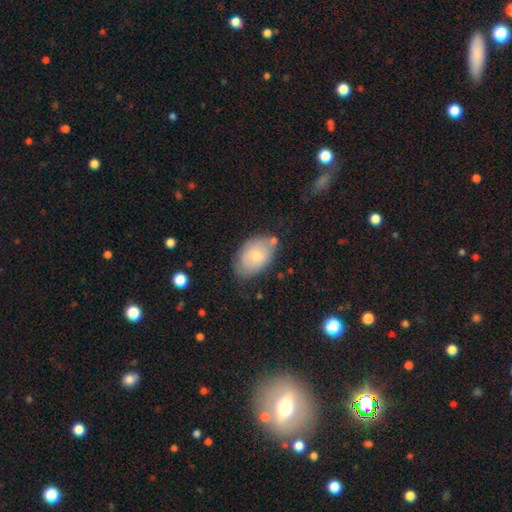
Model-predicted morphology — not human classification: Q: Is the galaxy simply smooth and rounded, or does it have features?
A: smooth — 61%.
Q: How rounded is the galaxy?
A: in between — 88%.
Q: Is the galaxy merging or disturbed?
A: none — 63%.